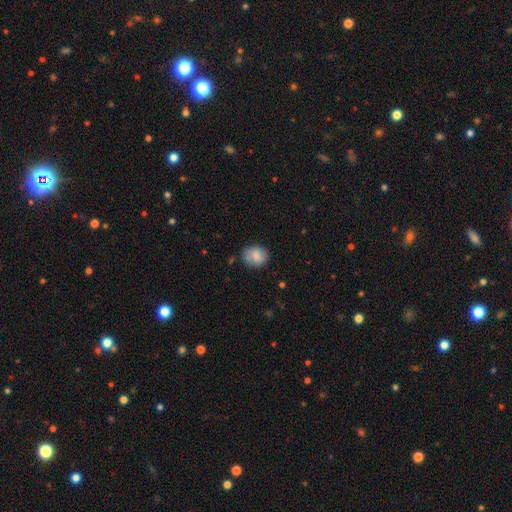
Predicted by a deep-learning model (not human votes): Morphology: type=smooth (80%); roundness=round (60%); merging=none (75%).